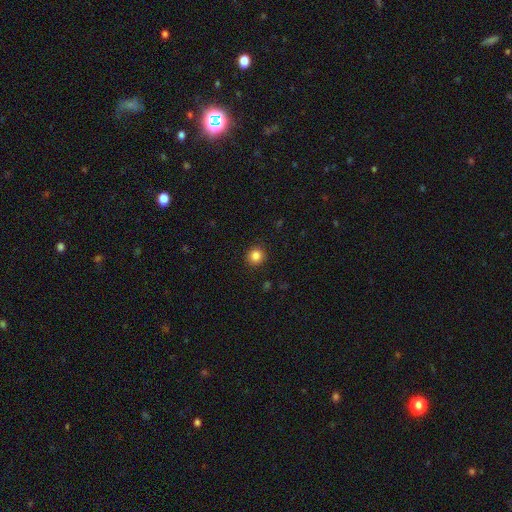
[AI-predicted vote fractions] Smooth or featured? smooth (85%)
How rounded? round (92%)
Merging? none (92%)